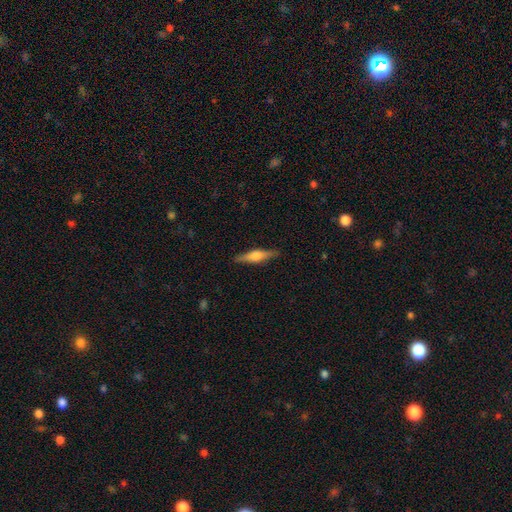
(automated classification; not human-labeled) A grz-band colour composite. It shows a featured or disk galaxy (57%) viewed edge-on (96%) with a rounded central bulge (85%). Merging: none (89%).